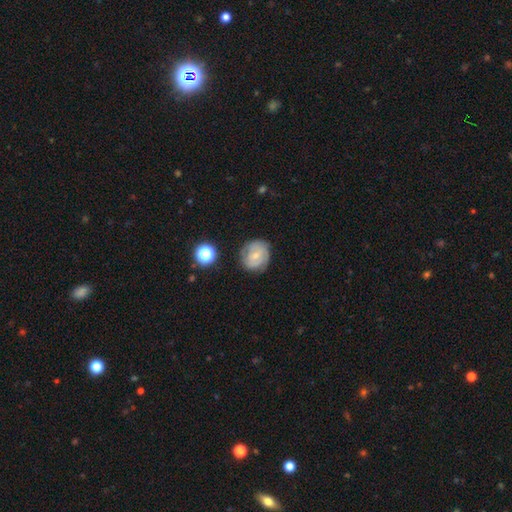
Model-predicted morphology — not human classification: featured or disk 55%, smooth 36%, star or artifact 9%. Down the decision tree: edge-on disk — no (97%); bar — no (57%); spiral arms — yes (78%); bulge size — small (65%); merging — none (73%).